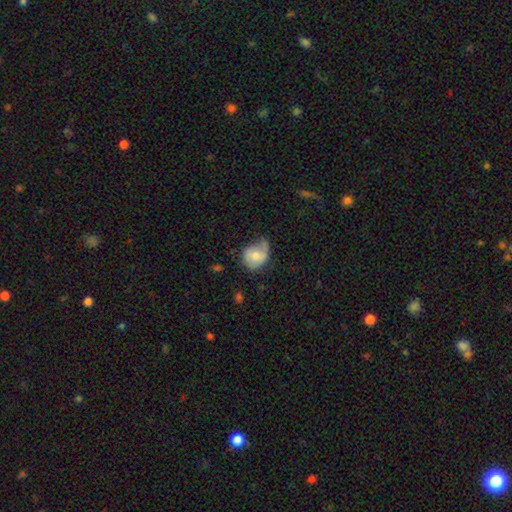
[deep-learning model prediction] Smooth or featured: smooth — 65% (featured or disk — 27%)
How rounded: round — 55% (in between — 44%)
Merging: minor disturbance — 42% (none — 28%)